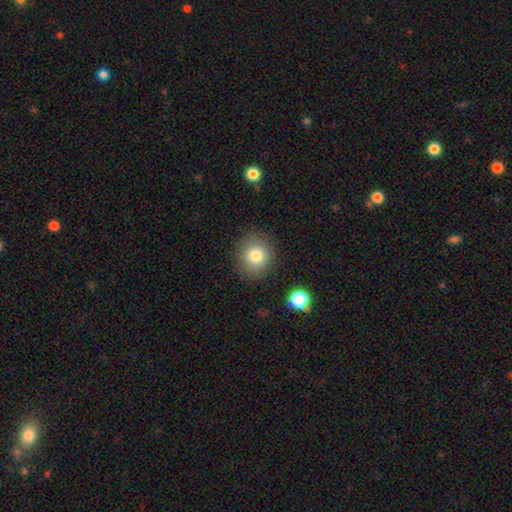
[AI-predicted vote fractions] Smooth or featured?
  - smooth: 81% *
  - star or artifact: 10%
  - featured or disk: 9%
How rounded?
  - round: 84% *
  - in between: 15%
  - cigar-shaped: 1%
Merging?
  - none: 86% *
  - minor disturbance: 9%
  - major disturbance: 3%
  - merger: 2%